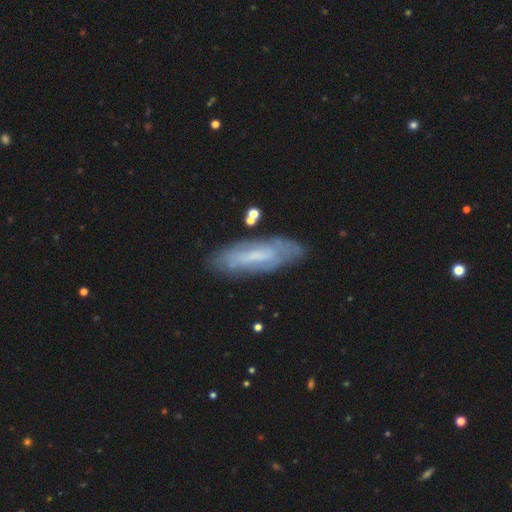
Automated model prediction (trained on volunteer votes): Q: Smooth or featured?
A: featured or disk (51%); runner-up: smooth (42%)
Q: Edge-on disk?
A: no (68%); runner-up: yes (32%)
Q: Merging?
A: none (76%); runner-up: minor disturbance (17%)